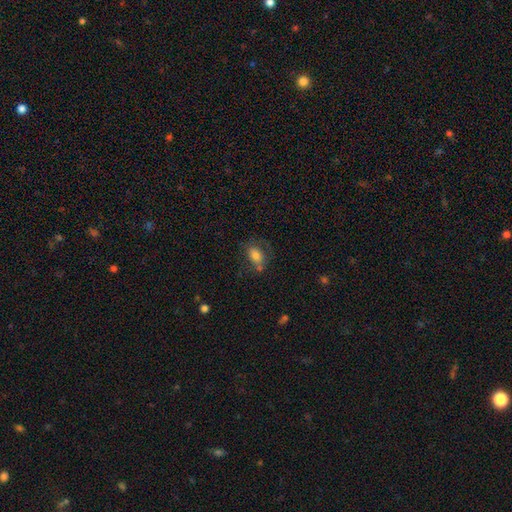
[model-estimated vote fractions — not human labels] Smooth or featured?
  - smooth: 73% *
  - featured or disk: 18%
  - star or artifact: 10%
How rounded?
  - in between: 81% *
  - round: 17%
  - cigar-shaped: 2%
Merging?
  - none: 52% *
  - minor disturbance: 21%
  - merger: 13%
  - major disturbance: 13%